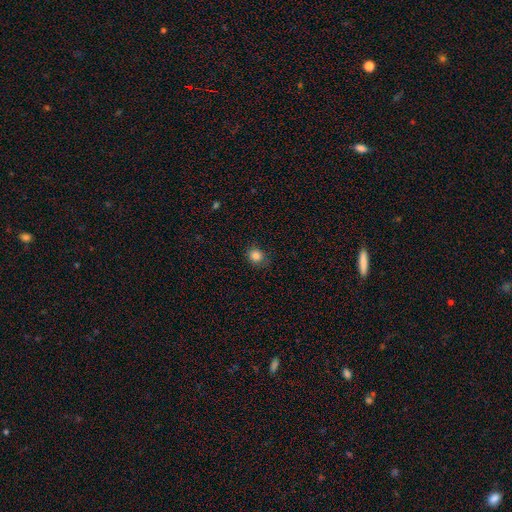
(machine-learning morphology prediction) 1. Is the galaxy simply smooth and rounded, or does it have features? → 84% smooth, 12% star or artifact, 4% featured or disk.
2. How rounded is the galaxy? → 82% round, 17% in between, 1% cigar-shaped.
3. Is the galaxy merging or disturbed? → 85% none, 11% minor disturbance, 3% major disturbance, 1% merger.